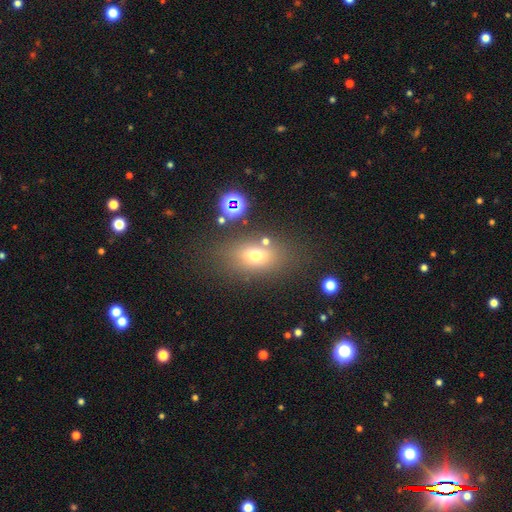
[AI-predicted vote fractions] smooth_or_featured: smooth (p=0.65) [alt: star or artifact p=0.18]
how_rounded: in between (p=0.72) [alt: round p=0.24]
merging: none (p=0.71) [alt: minor disturbance p=0.14]